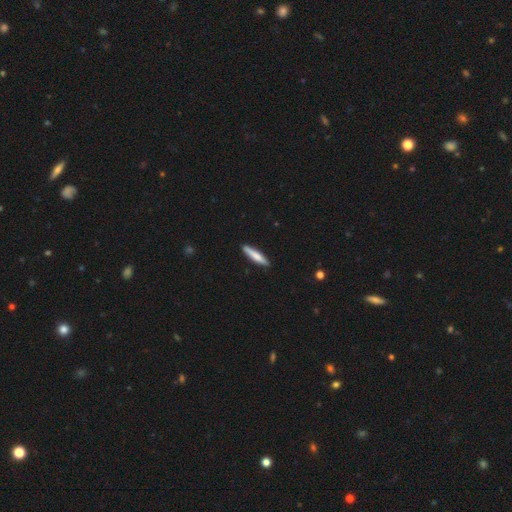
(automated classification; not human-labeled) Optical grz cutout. It shows a smooth galaxy with no disk features (68%) that is cigar-shaped (89%). Merging: none (89%).